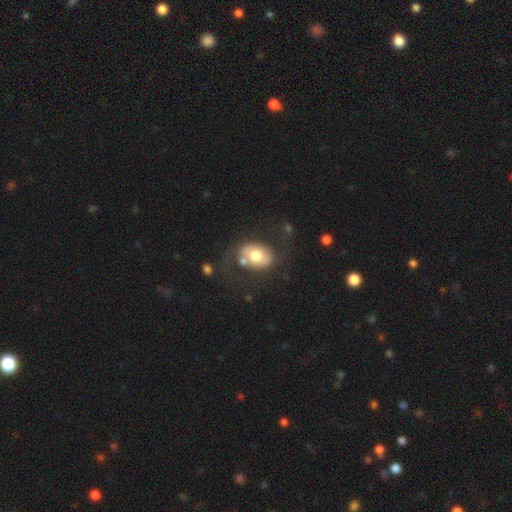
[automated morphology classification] Q: Smooth or featured?
A: smooth (56%); runner-up: featured or disk (37%)
Q: How rounded?
A: in between (65%); runner-up: round (34%)
Q: Merging?
A: none (57%); runner-up: minor disturbance (19%)